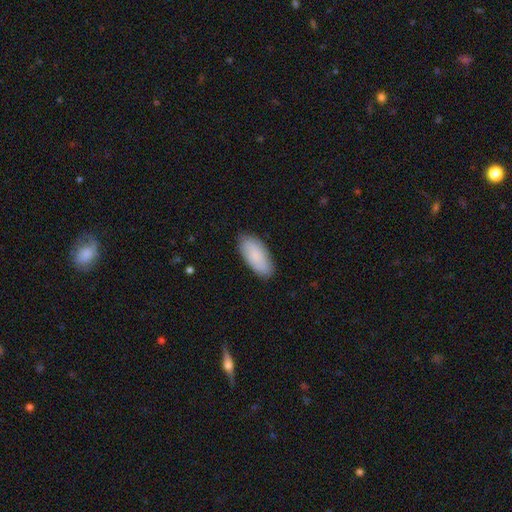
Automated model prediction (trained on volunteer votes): Smooth or featured? smooth (84%)
How rounded? in between (88%)
Merging? none (84%)